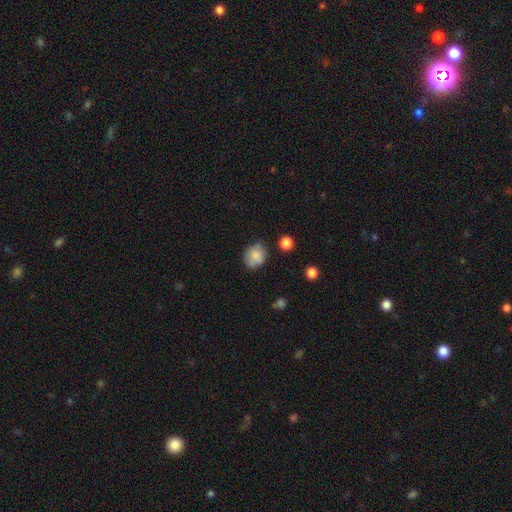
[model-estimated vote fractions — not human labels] smooth 75%, featured or disk 16%, star or artifact 9%. Down the decision tree: how rounded — round (55%); merging — none (61%).